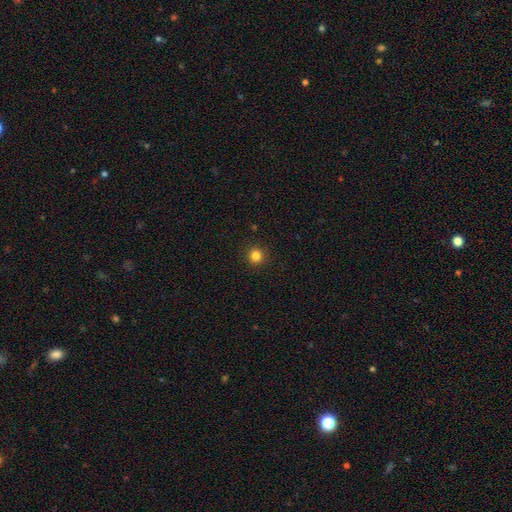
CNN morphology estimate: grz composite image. It shows a smooth galaxy with no disk features (83%) that is round (95%). Merging: none (92%).